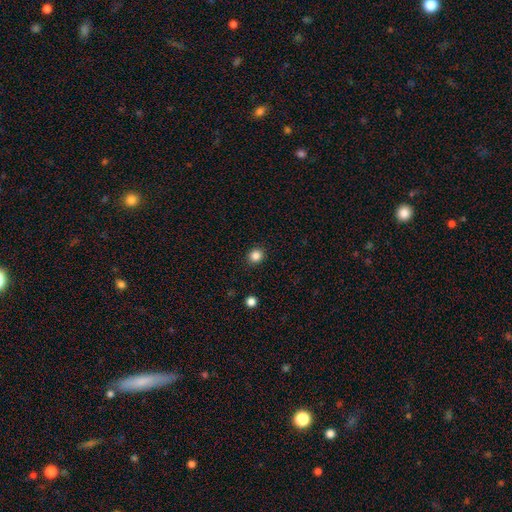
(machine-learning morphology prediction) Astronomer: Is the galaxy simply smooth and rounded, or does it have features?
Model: smooth — 84%.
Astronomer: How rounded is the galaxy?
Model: round — 79%.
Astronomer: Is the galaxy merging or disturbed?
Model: none — 91%.